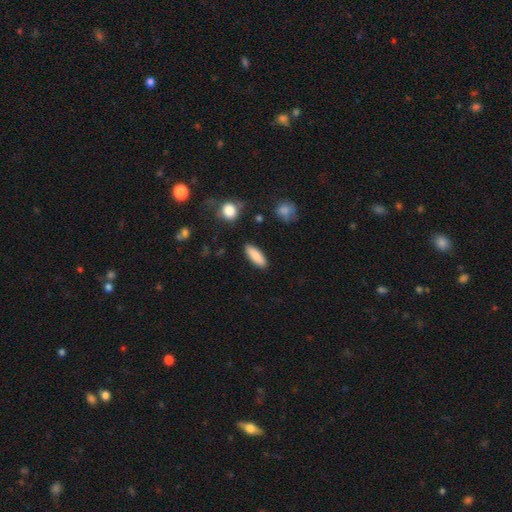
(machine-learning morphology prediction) A smooth galaxy with no disk features (86%) that is in between round and cigar-shaped (59%). Merging: none (88%).